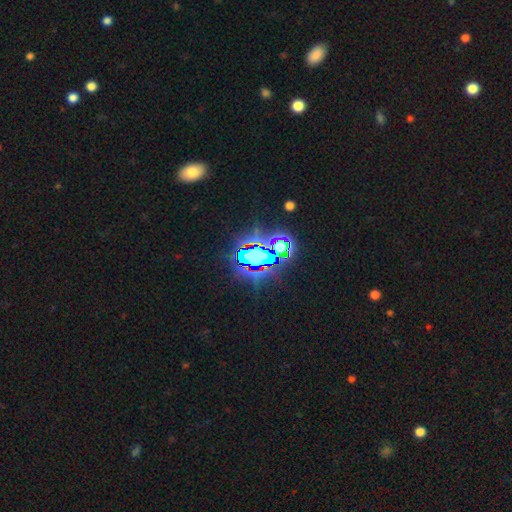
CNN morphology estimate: star or artifact 70%, featured or disk 16%, smooth 15%.